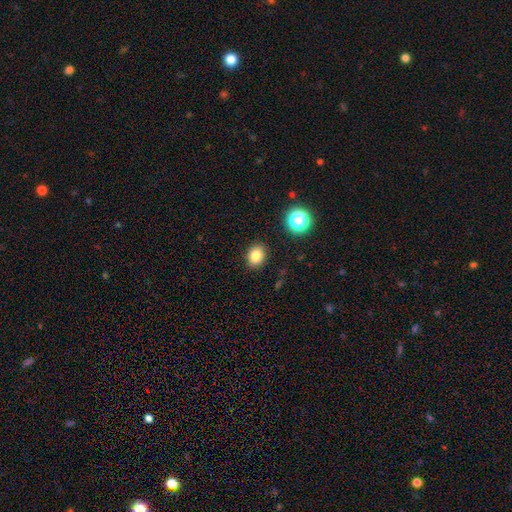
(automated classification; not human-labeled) The model was most divided on "how rounded": round: 52%, in between: 47%, cigar-shaped: 1%. More confident: merging — none (87%); smooth or featured — smooth (83%).